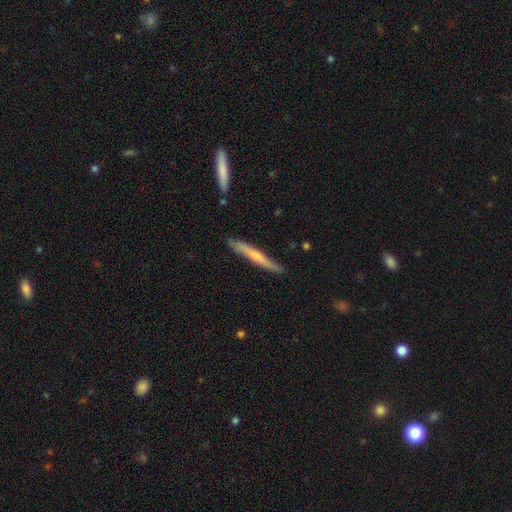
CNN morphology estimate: featured or disk 47% (tied), smooth 47% (tied), star or artifact 5%. Down the decision tree: merging — none (84%).